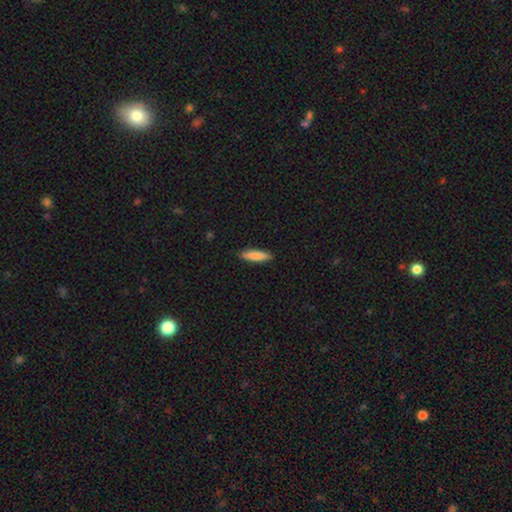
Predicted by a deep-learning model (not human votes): Smooth or featured?
  - smooth: 83% *
  - featured or disk: 11%
  - star or artifact: 6%
How rounded?
  - cigar-shaped: 77% *
  - in between: 22%
  - round: 1%
Merging?
  - none: 88% *
  - minor disturbance: 9%
  - major disturbance: 2%
  - merger: 1%